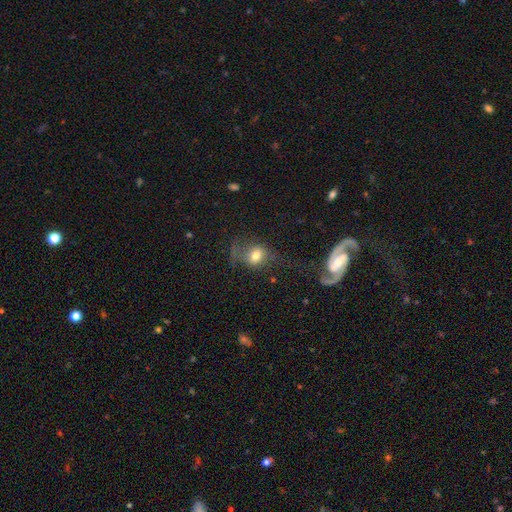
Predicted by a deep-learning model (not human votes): A smooth galaxy with no disk features (61%) that is in between round and cigar-shaped (52%). Merging: none (45%).